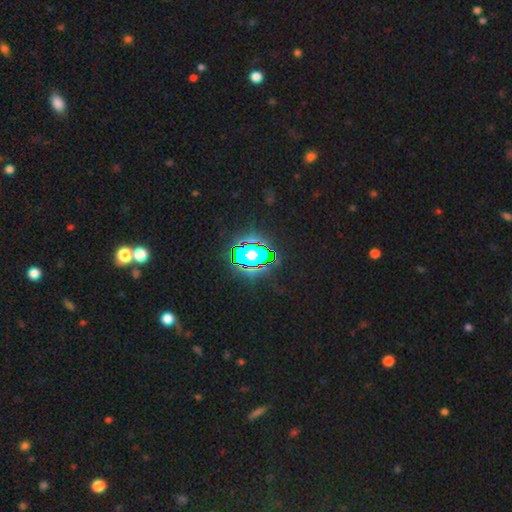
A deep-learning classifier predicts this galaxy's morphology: Smooth or featured? Predicted: star or artifact (p=0.60).